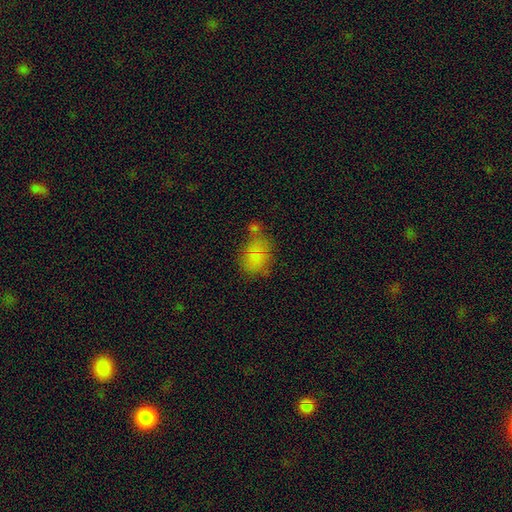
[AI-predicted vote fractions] This appears to be a smooth galaxy with no disk features (70%) that is in between round and cigar-shaped (62%). Merging: none (49%).